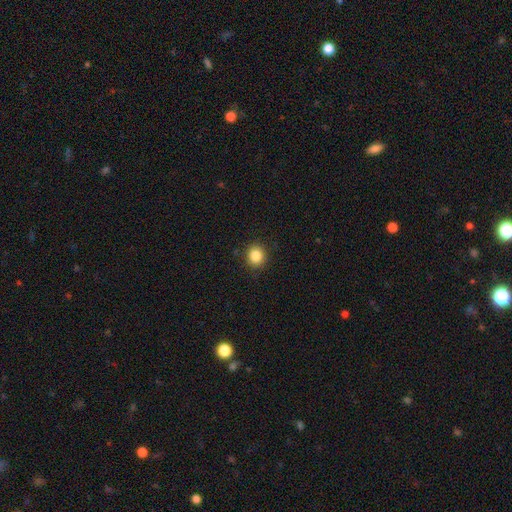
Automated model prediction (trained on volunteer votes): Smooth or featured? Predicted: smooth (p=0.85). How rounded? Predicted: round (p=0.84). Merging? Predicted: none (p=0.91).